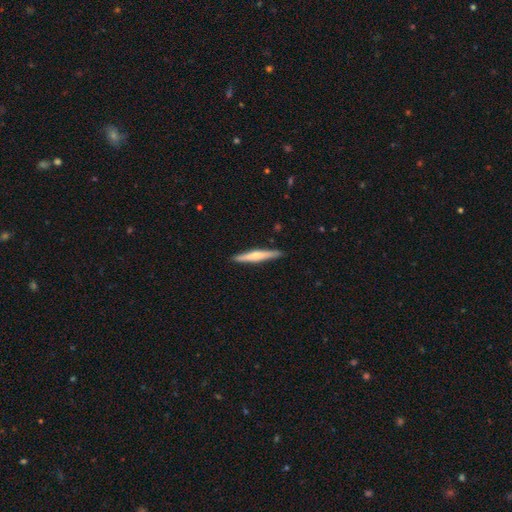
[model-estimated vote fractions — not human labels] smooth 52%, featured or disk 43%, star or artifact 5%. Down the decision tree: how rounded — cigar-shaped (94%); merging — none (90%).